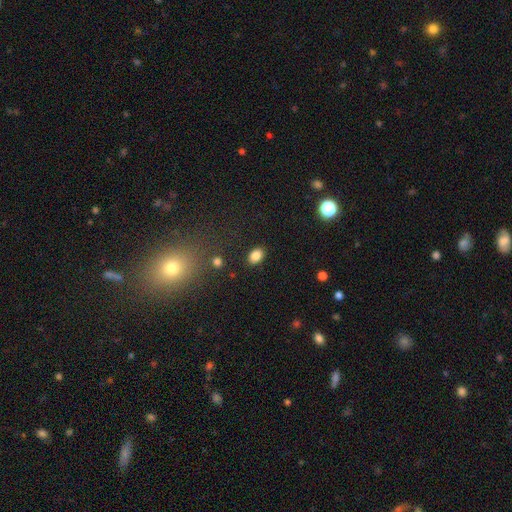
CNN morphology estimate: Smooth or featured? smooth (84%)
How rounded? in between (81%)
Merging? none (87%)